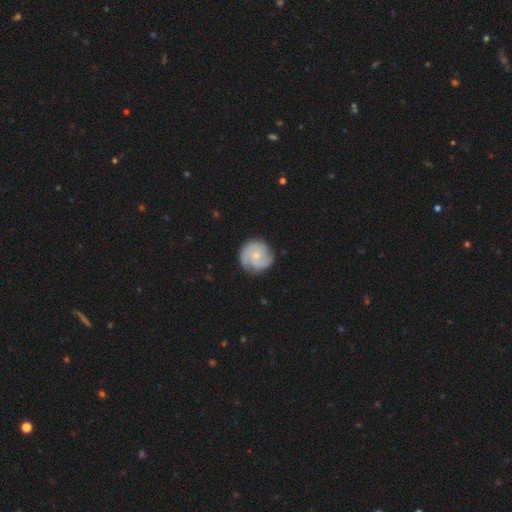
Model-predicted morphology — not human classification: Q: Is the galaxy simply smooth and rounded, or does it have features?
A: featured or disk — 66%.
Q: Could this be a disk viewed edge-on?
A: no — 98%.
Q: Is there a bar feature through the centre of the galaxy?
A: no — 76%.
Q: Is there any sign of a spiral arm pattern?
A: yes — 92%.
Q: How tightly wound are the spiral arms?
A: tight — 53%.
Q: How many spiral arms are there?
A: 2 — 36%.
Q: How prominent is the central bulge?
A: small — 70%.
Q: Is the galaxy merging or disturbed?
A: none — 79%.